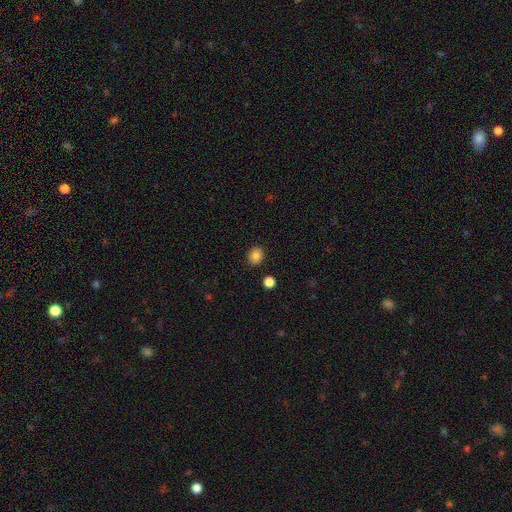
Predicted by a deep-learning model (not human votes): This appears to be a smooth galaxy with no disk features (84%) that is round (70%). Merging: none (89%).